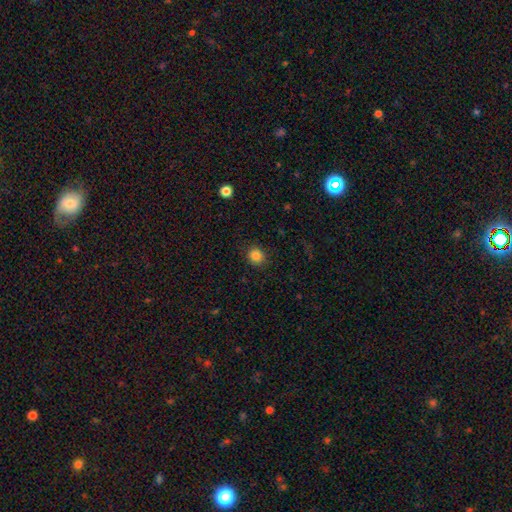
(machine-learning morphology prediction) The model was most divided on "smooth or featured": smooth: 84%, star or artifact: 12%, featured or disk: 5%. More confident: merging — none (90%); how rounded — round (89%).